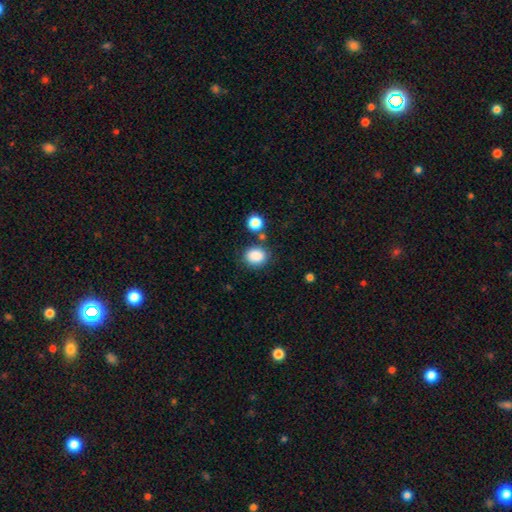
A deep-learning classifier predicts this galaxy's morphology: This appears to be a smooth galaxy with no disk features (86%) that is round (59%). Merging: none (76%).